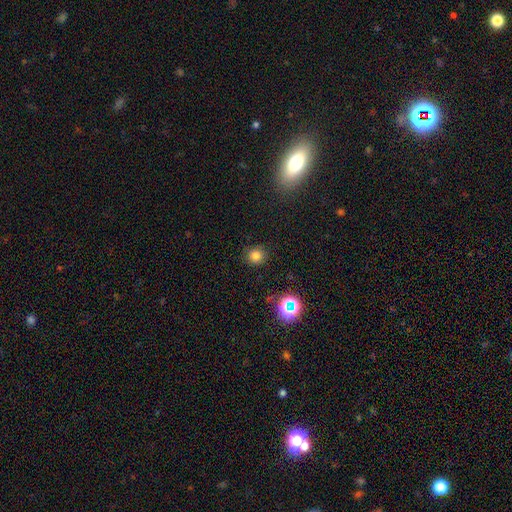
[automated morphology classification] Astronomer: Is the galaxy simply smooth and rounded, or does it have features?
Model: smooth — 77%.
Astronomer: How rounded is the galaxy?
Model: round — 87%.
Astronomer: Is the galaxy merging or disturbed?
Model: none — 87%.